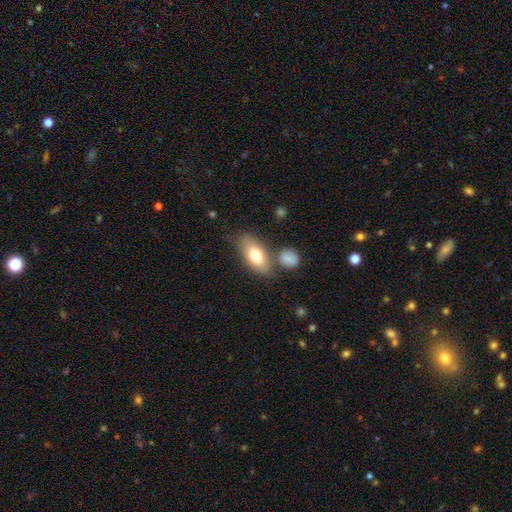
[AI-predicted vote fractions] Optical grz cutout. It shows a smooth galaxy with no disk features (75%) that is in between round and cigar-shaped (86%). Merging: none (68%).